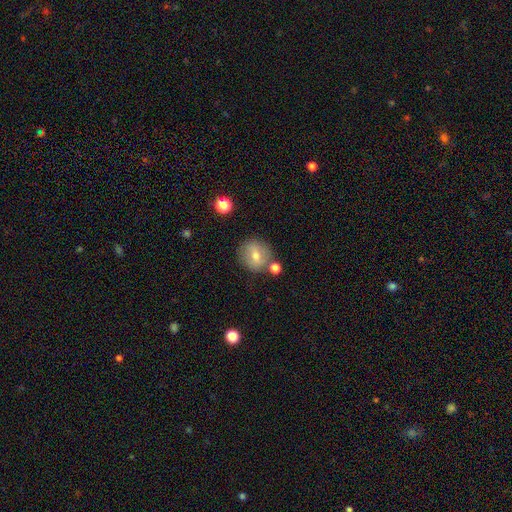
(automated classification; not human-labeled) Morphology: type=smooth (65%); roundness=round (83%); merging=none (73%).